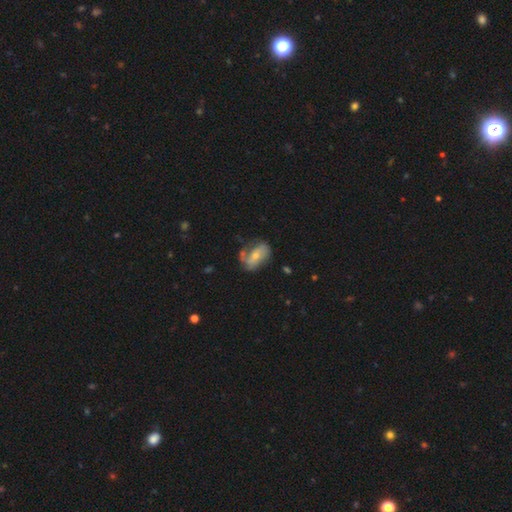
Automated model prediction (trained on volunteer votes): The model was most divided on "smooth or featured": featured or disk: 50%, smooth: 43%, star or artifact: 7%. Remaining: edge-on disk — no (92%); merging — none (43%).